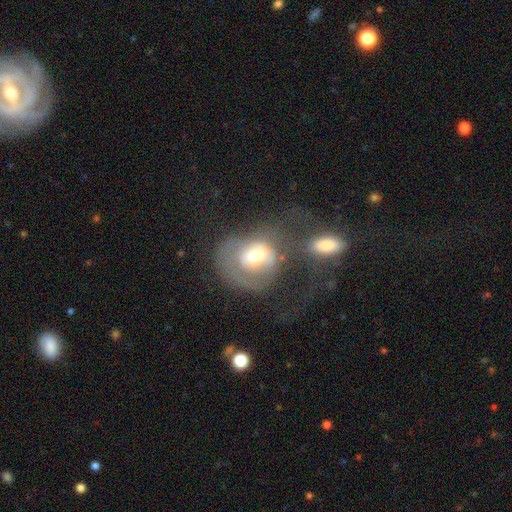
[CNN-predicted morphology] Smooth or featured? featured or disk (54%)
Edge-on disk? no (96%)
Bar? no (69%)
Spiral arms? yes (51%)
Bulge size? moderate (60%)
Merging? major disturbance (41%)